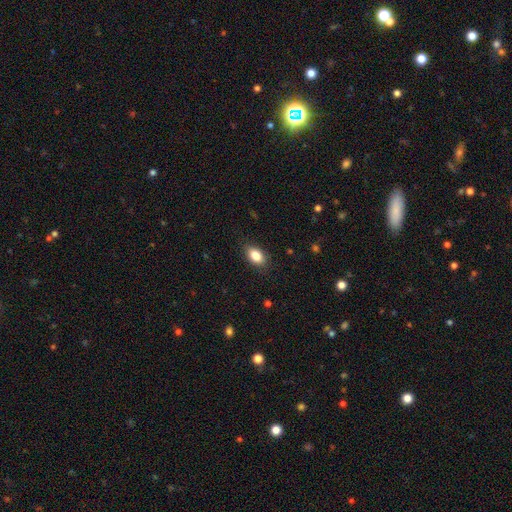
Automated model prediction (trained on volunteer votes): Overall: smooth (85%). How rounded: in between (87%). Merging: none (85%).